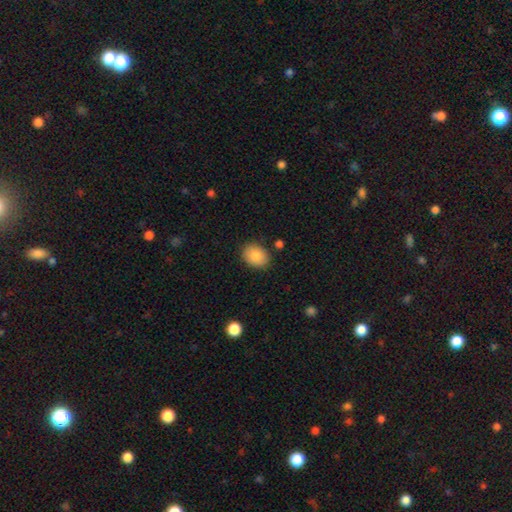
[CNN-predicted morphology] This appears to be a smooth galaxy with no disk features (87%) that is in between round and cigar-shaped (65%). Merging: none (85%).